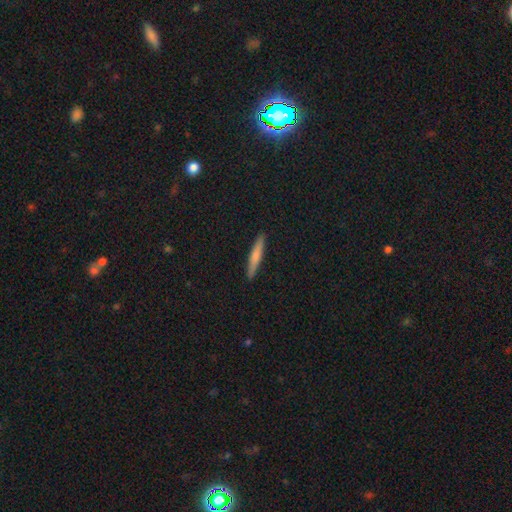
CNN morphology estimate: smooth 66%, featured or disk 28%, star or artifact 6%. Down the decision tree: how rounded — cigar-shaped (93%); merging — none (92%).